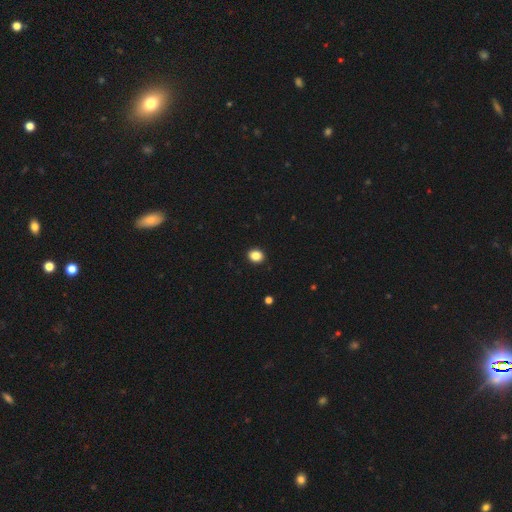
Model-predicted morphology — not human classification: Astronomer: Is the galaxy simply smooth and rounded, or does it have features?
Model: smooth — 86%.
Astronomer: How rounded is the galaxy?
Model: round — 64%.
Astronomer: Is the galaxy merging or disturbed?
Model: none — 93%.